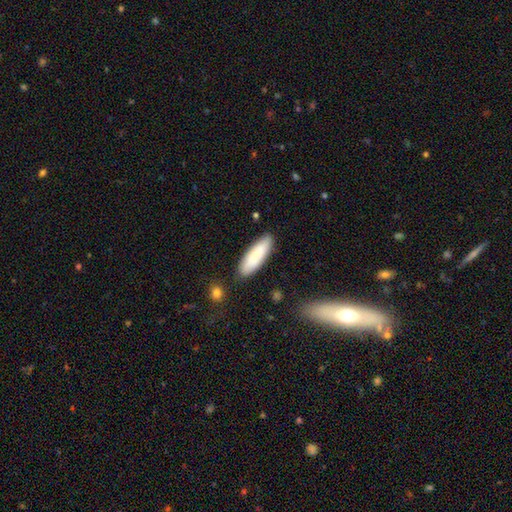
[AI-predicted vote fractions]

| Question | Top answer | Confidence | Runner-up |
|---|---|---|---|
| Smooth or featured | smooth | 85% | featured or disk (9%) |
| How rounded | cigar-shaped | 53% | in between (45%) |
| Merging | none | 86% | minor disturbance (10%) |